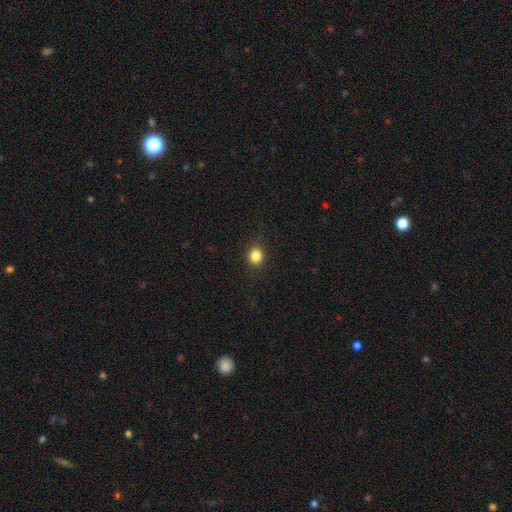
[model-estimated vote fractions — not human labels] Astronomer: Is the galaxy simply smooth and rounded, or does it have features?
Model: smooth — 84%.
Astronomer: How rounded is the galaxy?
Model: round — 67%.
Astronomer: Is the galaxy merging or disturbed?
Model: none — 89%.